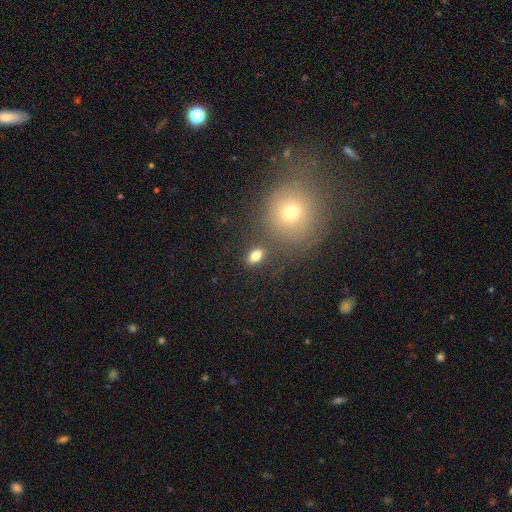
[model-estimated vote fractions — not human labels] Morphology: type=smooth (80%); roundness=in between (81%); merging=none (78%).